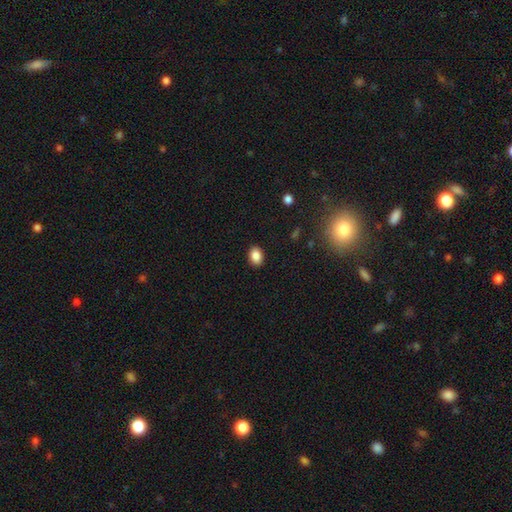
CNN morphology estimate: type=smooth (87%); roundness=in between (73%); merging=none (89%).